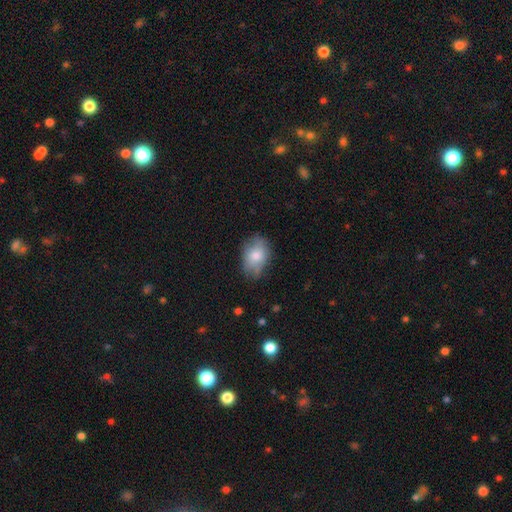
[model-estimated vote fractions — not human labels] A smooth galaxy with no disk features (75%) that is in between round and cigar-shaped (79%). Merging: none (65%).